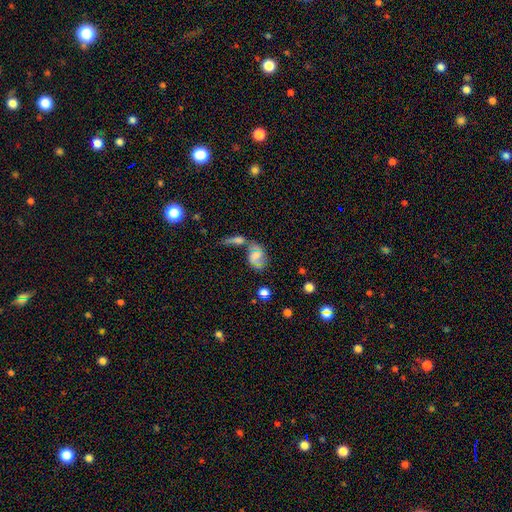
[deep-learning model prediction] Q: Smooth or featured?
A: featured or disk (48%); runner-up: smooth (42%)
Q: Merging?
A: merger (43%); runner-up: none (32%)